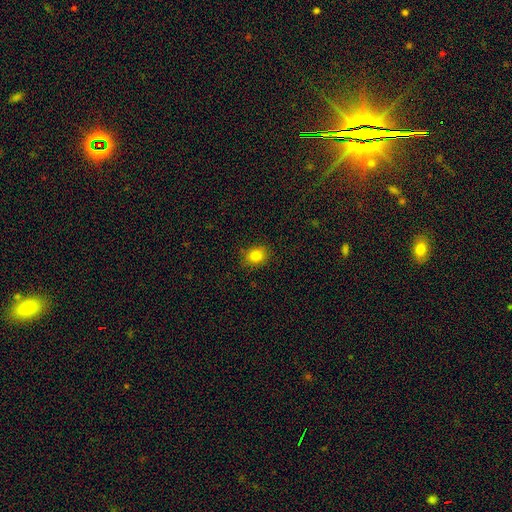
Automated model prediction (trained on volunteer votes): Q: Smooth or featured?
A: smooth (83%); runner-up: star or artifact (11%)
Q: How rounded?
A: round (55%); runner-up: in between (44%)
Q: Merging?
A: none (87%); runner-up: minor disturbance (10%)